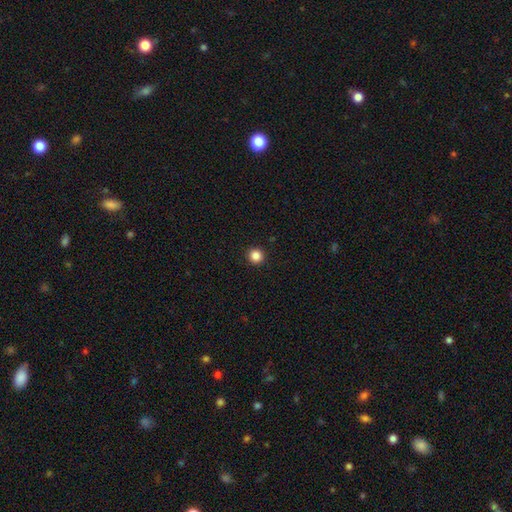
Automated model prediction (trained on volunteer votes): The model was most divided on "smooth or featured": smooth: 86%, star or artifact: 11%, featured or disk: 3%. More confident: how rounded — round (95%); merging — none (93%).